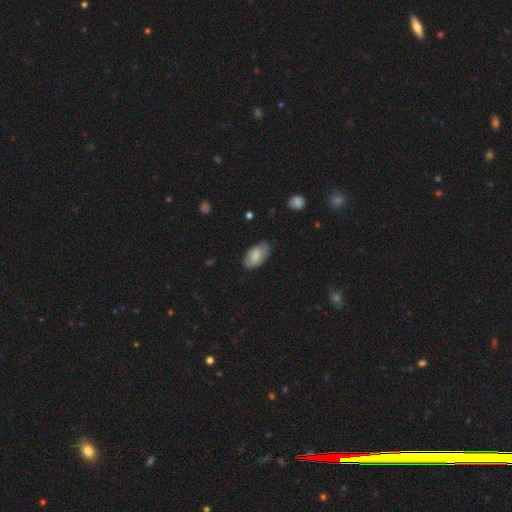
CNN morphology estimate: This is likely a smooth galaxy (69%). How rounded: clearly in between (94%). Merging: likely none (71%).